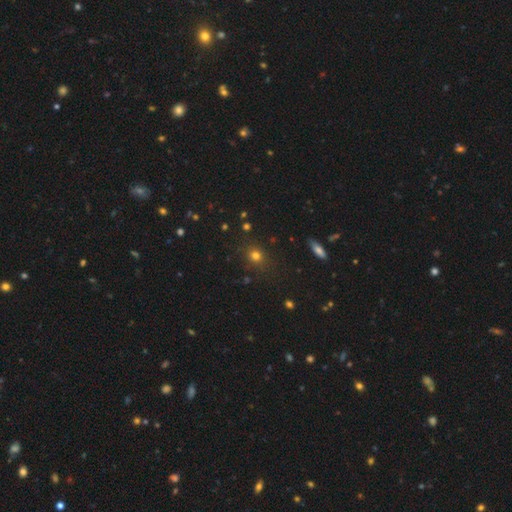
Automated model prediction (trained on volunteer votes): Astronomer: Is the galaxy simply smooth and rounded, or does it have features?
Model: smooth — 74%.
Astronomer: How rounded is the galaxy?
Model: round — 83%.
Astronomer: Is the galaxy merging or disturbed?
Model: none — 85%.